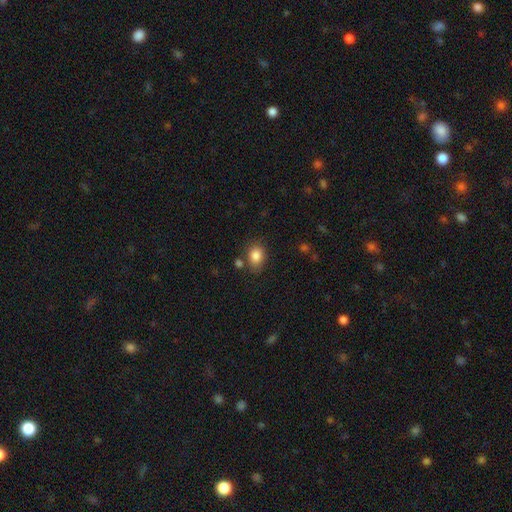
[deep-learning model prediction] This appears to be a smooth galaxy with no disk features (85%) that is in between round and cigar-shaped (60%). Merging: none (72%).